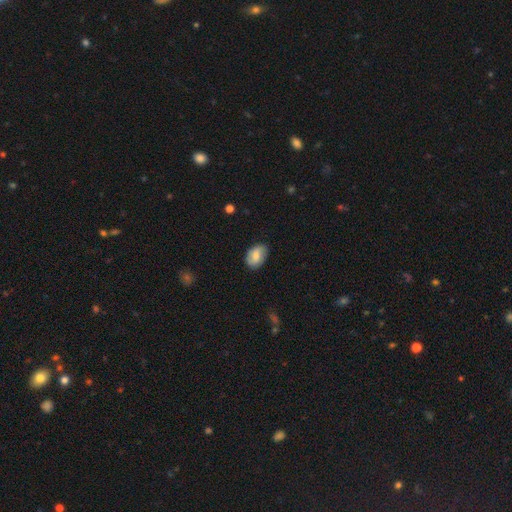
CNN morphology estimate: type=smooth (72%); roundness=in between (85%); merging=none (81%).